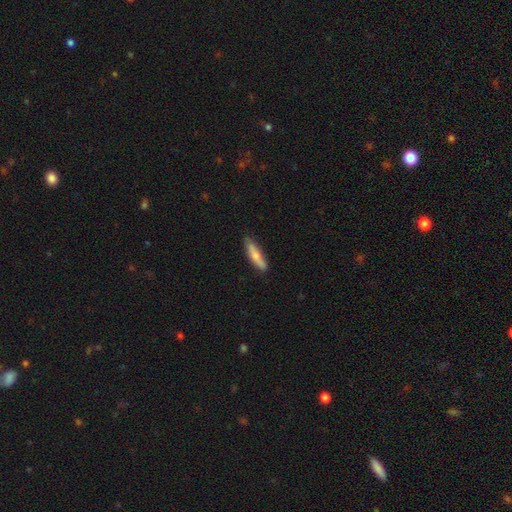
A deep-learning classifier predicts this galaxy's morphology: Smooth or featured: smooth — 70% (featured or disk — 24%)
How rounded: cigar-shaped — 76% (in between — 22%)
Merging: none — 81% (minor disturbance — 16%)